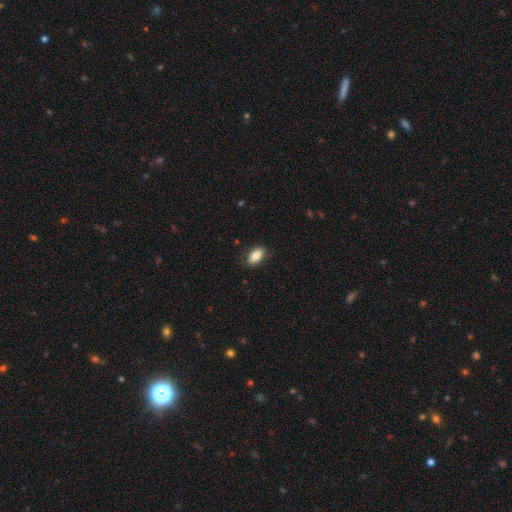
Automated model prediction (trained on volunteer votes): smooth 84%, featured or disk 9%, star or artifact 7%. Down the decision tree: how rounded — in between (91%); merging — none (86%).